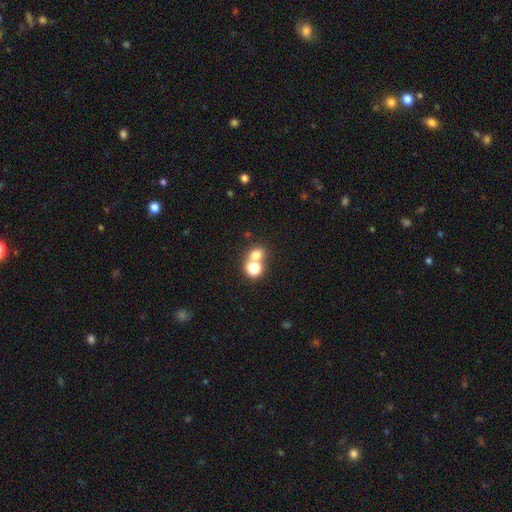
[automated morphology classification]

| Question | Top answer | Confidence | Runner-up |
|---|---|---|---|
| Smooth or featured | smooth | 71% | star or artifact (18%) |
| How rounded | round | 72% | in between (27%) |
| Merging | merger | 47% | none (43%) |